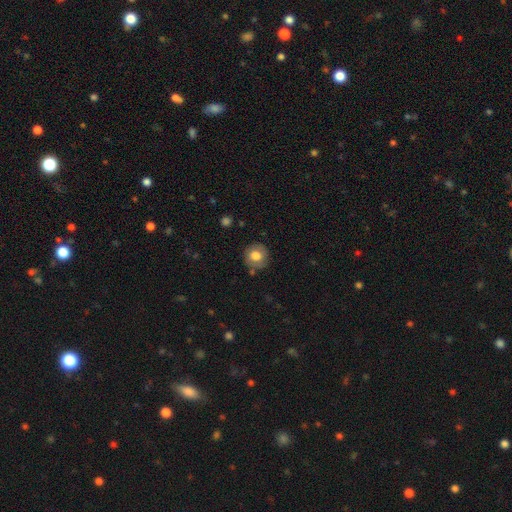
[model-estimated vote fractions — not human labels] This appears to be a smooth galaxy with no disk features (75%) that is round (89%). Merging: none (82%).